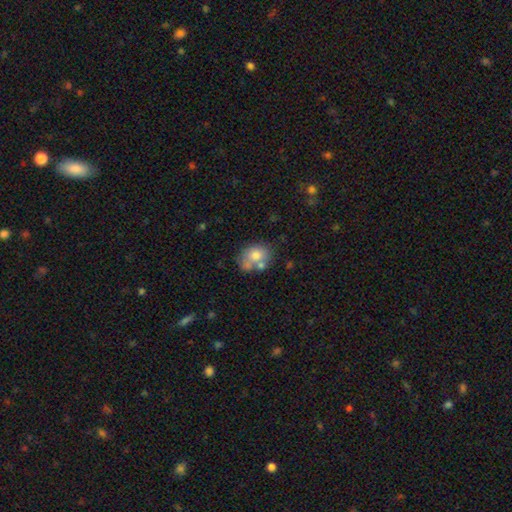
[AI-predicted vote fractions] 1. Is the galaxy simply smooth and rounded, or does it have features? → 71% smooth, 20% featured or disk, 9% star or artifact.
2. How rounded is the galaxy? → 61% in between, 38% round, 1% cigar-shaped.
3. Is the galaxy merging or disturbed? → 45% none, 27% merger, 20% minor disturbance, 8% major disturbance.